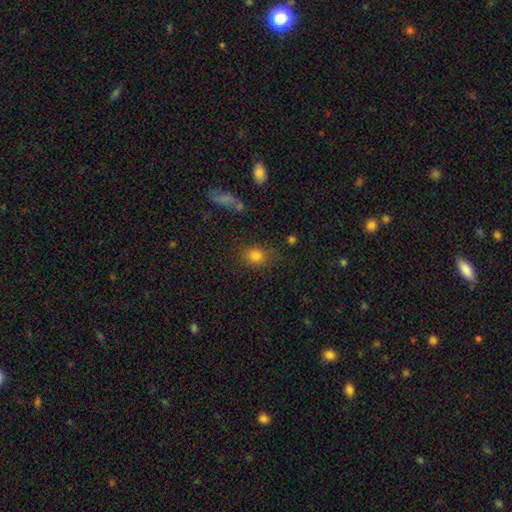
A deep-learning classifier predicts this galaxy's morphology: A smooth galaxy with no disk features (80%) that is round (51%).

Vote fractions:
- Smooth or featured? smooth: 80% / star or artifact: 13% / featured or disk: 7%
- How rounded? round: 51% / in between: 47% / cigar-shaped: 2%
- Merging? none: 80% / minor disturbance: 13% / major disturbance: 4% / merger: 3%